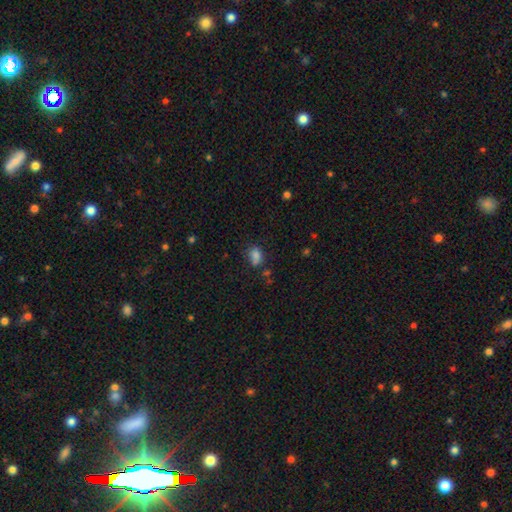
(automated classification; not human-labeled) This is likely a smooth galaxy (76%). How rounded: likely in between (68%). Merging: possibly none (47%).